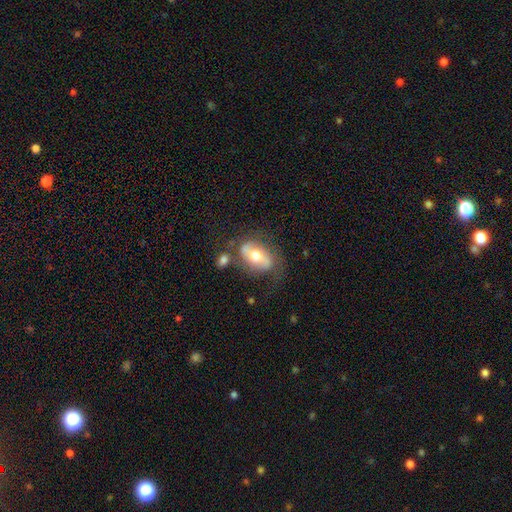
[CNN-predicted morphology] Overall: featured or disk (60%; smooth 33%). Edge-on disk: no (93%). Bar: no (39%; weak 33%). Spiral arms: yes (71%). Bulge size: moderate (73%). Merging: none (56%; minor disturbance 21%).